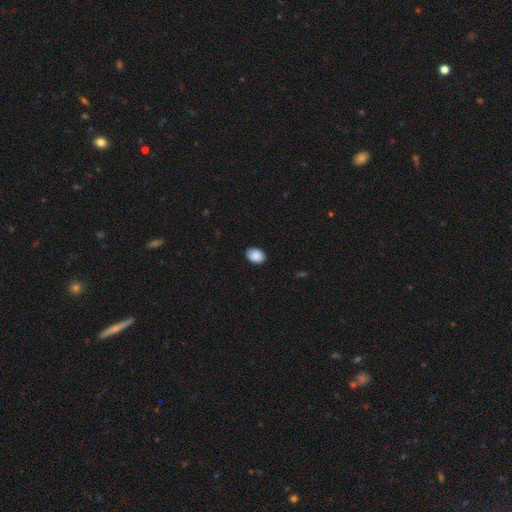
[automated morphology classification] This appears to be a smooth galaxy with no disk features (90%) that is in between round and cigar-shaped (72%). Merging: none (89%).